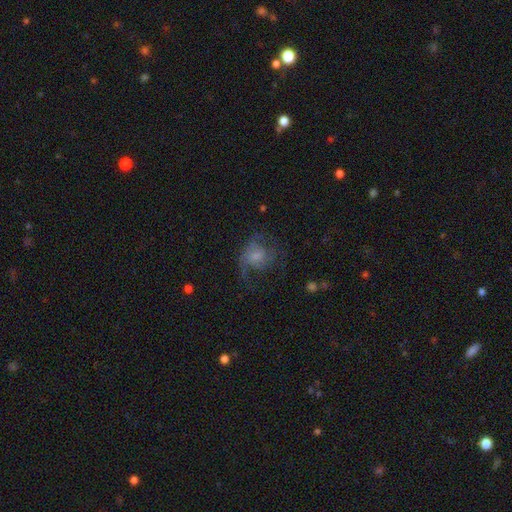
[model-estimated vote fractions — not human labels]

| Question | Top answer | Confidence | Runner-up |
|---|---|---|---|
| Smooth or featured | featured or disk | 52% | smooth (38%) |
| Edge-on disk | no | 98% | yes (2%) |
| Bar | no | 65% | weak (30%) |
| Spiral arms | yes | 76% | no (24%) |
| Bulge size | small | 36% | moderate (29%) |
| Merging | none | 39% | major disturbance (38%) |